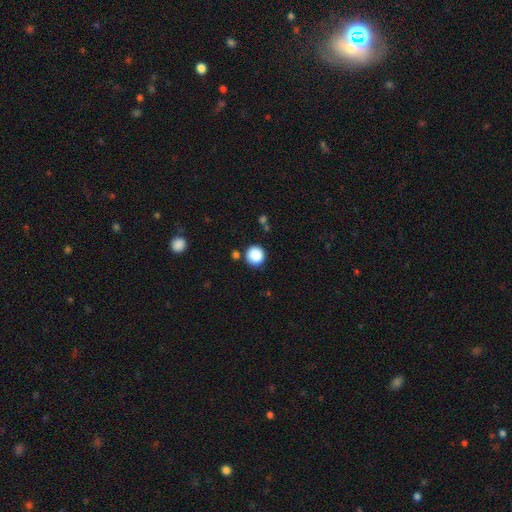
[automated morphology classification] Smooth or featured? smooth (87%)
How rounded? round (94%)
Merging? none (85%)